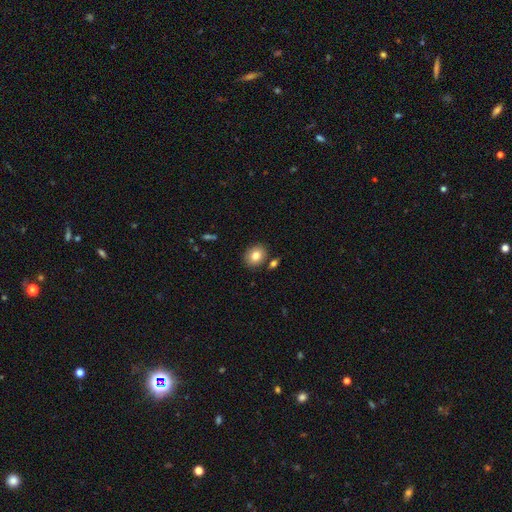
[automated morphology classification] smooth 80%, featured or disk 11%, star or artifact 9%. Down the decision tree: how rounded — round (59%); merging — none (83%).